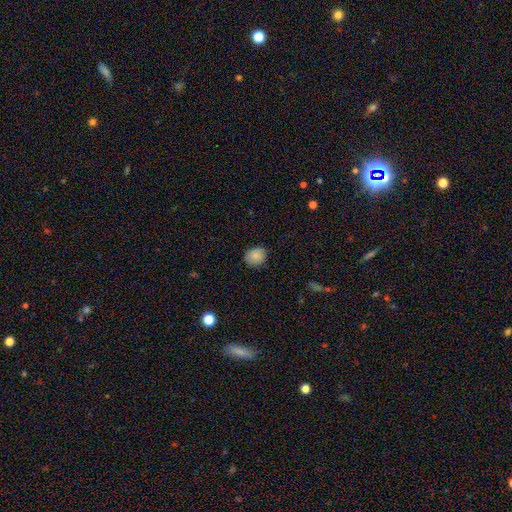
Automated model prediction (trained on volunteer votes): A smooth galaxy with no disk features (85%) that is round (66%). Merging: none (83%).